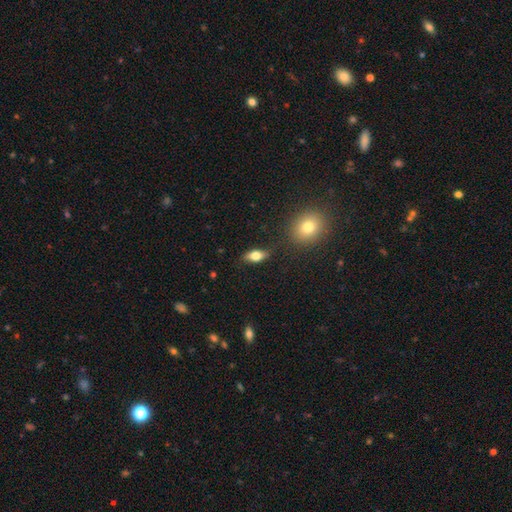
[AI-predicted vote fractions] A smooth galaxy with no disk features (70%) that is in between round and cigar-shaped (80%). Merging: none (79%).